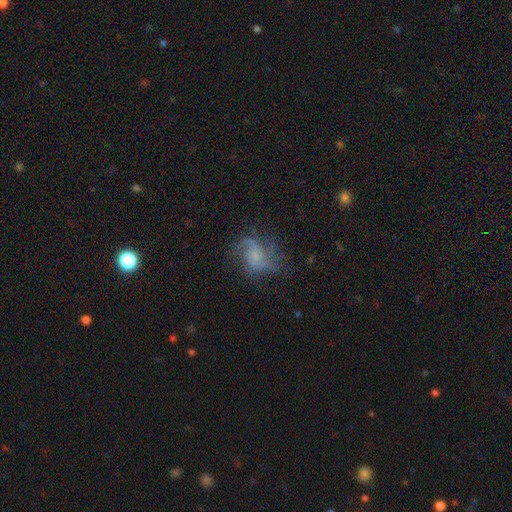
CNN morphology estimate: Smooth or featured?
  - featured or disk: 62% *
  - smooth: 26%
  - star or artifact: 12%
Edge-on disk?
  - no: 98% *
  - yes: 2%
Bar?
  - no: 68% *
  - weak: 28%
  - strong: 4%
Spiral arms?
  - yes: 82% *
  - no: 18%
Bulge size?
  - small: 42% *
  - none: 33%
  - moderate: 19%
  - large: 4%
  - dominant: 2%
Merging?
  - none: 52% *
  - major disturbance: 25%
  - minor disturbance: 21%
  - merger: 2%